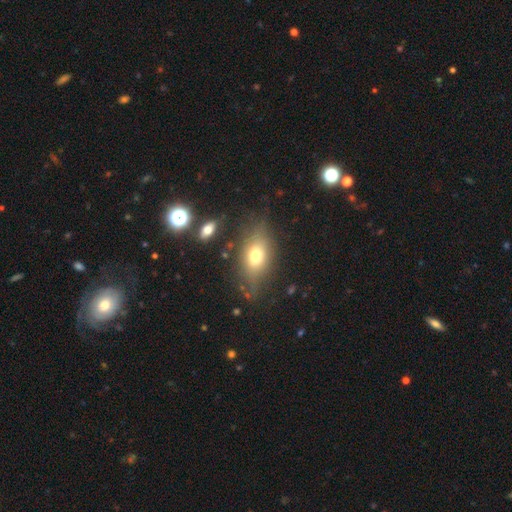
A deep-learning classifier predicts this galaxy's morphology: A smooth galaxy with no disk features (66%) that is in between round and cigar-shaped (78%). Merging: none (70%).